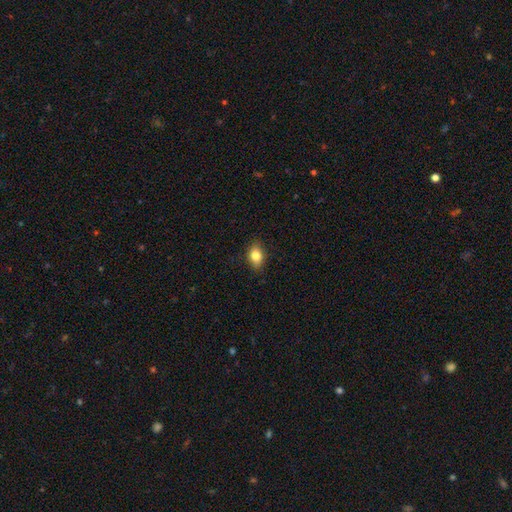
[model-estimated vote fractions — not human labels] smooth-or-featured: smooth: 83% | featured or disk: 9% | star or artifact: 8%
  how-rounded: in between: 79% | round: 18% | cigar-shaped: 2%
  merging: none: 86% | minor disturbance: 11% | major disturbance: 2% | merger: 1%